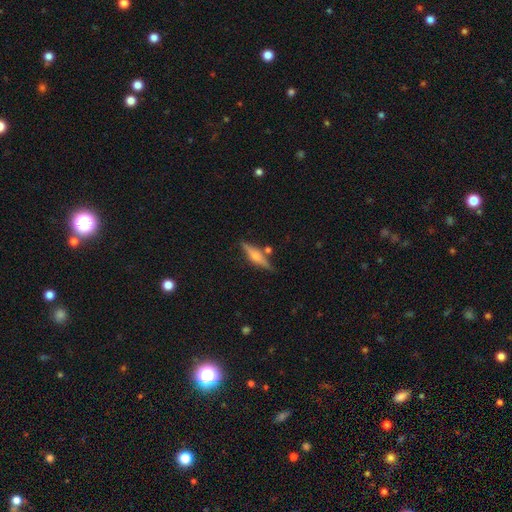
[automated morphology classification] Smooth or featured: featured or disk — 63% (smooth — 29%)
Edge-on disk: yes — 96% (no — 4%)
Edge-on bulge: rounded — 85% (boxy — 10%)
Merging: none — 79% (minor disturbance — 11%)